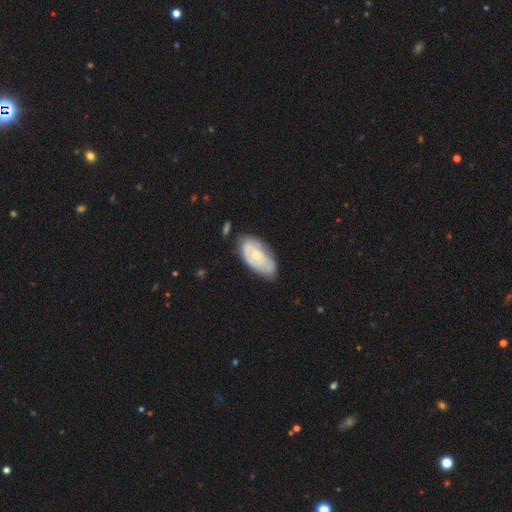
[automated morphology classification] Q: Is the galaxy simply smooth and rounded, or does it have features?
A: featured or disk — 62%.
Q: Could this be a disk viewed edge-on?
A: no — 94%.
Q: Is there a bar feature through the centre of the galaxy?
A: no — 76%.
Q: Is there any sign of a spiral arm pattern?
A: yes — 74%.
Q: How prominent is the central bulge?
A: small — 52%.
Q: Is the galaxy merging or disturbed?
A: none — 66%.